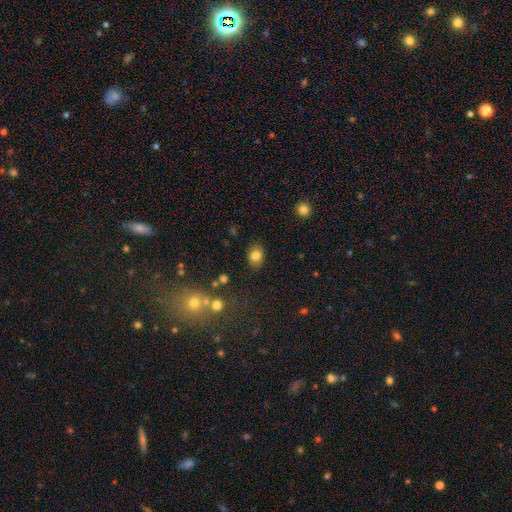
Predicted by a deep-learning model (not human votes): This is clearly a smooth galaxy (81%). How rounded: likely in between (61%). Merging: clearly none (83%).